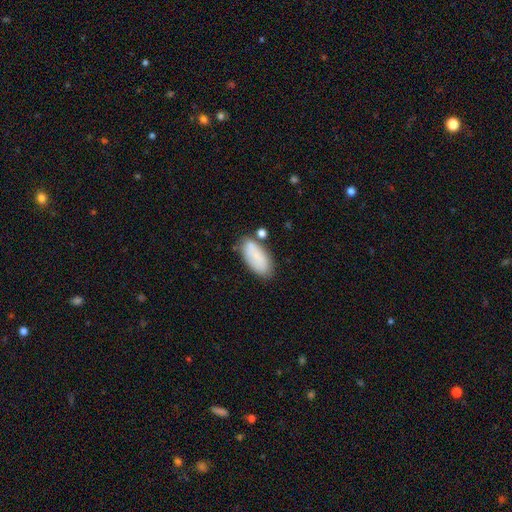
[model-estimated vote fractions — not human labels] smooth 80%, featured or disk 13%, star or artifact 7%. Down the decision tree: how rounded — in between (89%); merging — none (67%).